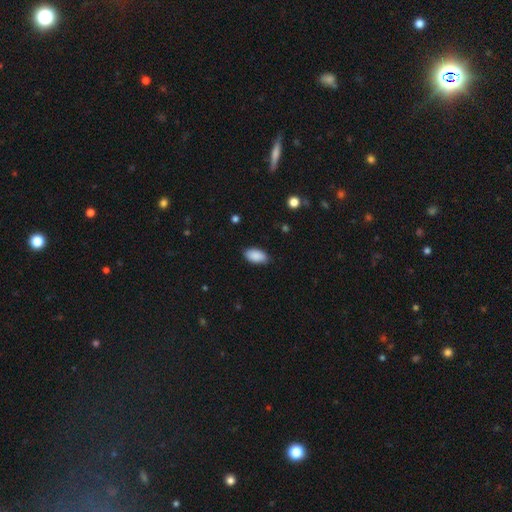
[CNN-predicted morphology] Q: Smooth or featured?
A: smooth (90%); runner-up: star or artifact (7%)
Q: How rounded?
A: in between (94%); runner-up: round (3%)
Q: Merging?
A: none (85%); runner-up: minor disturbance (12%)